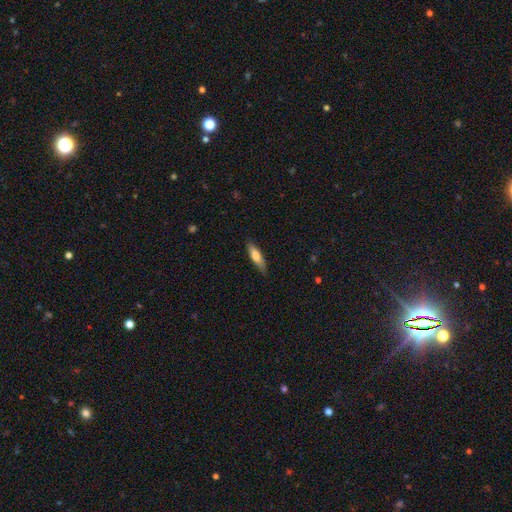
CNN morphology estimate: smooth_or_featured: smooth (p=0.68) [alt: featured or disk p=0.26]
how_rounded: cigar-shaped (p=0.66) [alt: in between p=0.32]
merging: none (p=0.82) [alt: minor disturbance p=0.14]